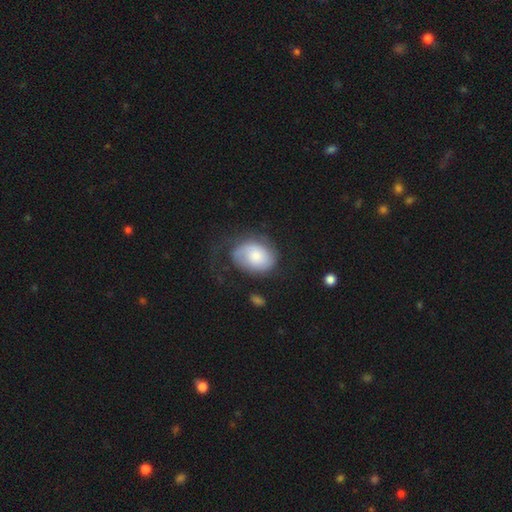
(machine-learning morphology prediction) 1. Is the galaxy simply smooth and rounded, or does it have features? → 51% smooth, 41% featured or disk, 7% star or artifact.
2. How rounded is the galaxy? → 69% in between, 30% round, 1% cigar-shaped.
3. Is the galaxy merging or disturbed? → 47% none, 26% major disturbance, 25% minor disturbance, 2% merger.